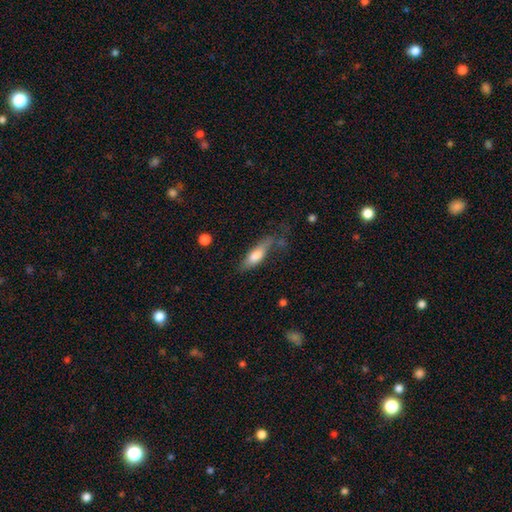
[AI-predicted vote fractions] A smooth galaxy with no disk features (71%) that is in between round and cigar-shaped (53%).

Vote fractions:
- Smooth or featured? smooth: 71% / featured or disk: 23% / star or artifact: 6%
- How rounded? in between: 53% / cigar-shaped: 45% / round: 3%
- Merging? none: 43% / minor disturbance: 31% / major disturbance: 21% / merger: 5%